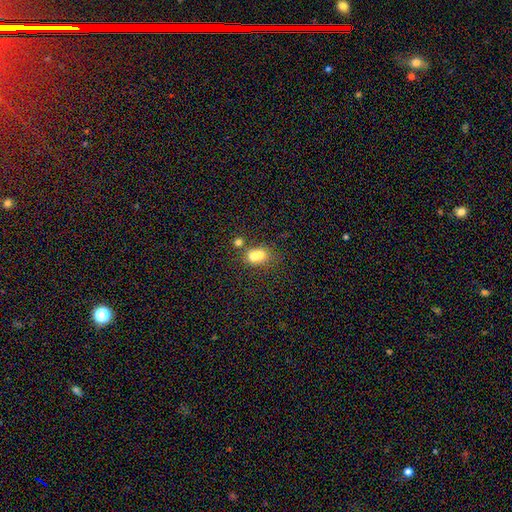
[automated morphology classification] This appears to be a smooth galaxy with no disk features (68%) that is round (55%). Merging: merger (60%).